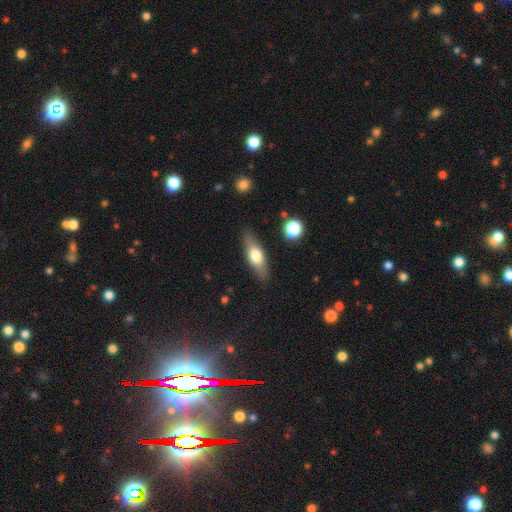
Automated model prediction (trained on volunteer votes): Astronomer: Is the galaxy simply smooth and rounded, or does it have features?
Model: smooth — 60%.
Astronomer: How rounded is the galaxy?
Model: in between — 56% (runner-up: cigar-shaped, 39%).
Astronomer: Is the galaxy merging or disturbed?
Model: none — 85%.